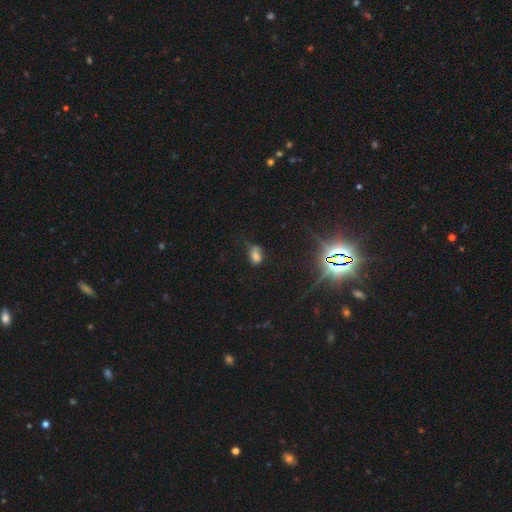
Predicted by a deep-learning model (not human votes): smooth 68%, star or artifact 19%, featured or disk 12%. Down the decision tree: how rounded — in between (81%); merging — none (43%).